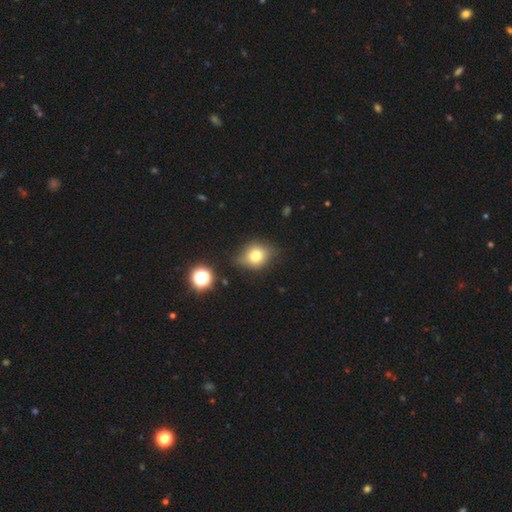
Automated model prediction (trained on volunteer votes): A smooth galaxy with no disk features (72%) that is round (58%).

Vote fractions:
- Smooth or featured? smooth: 72% / featured or disk: 15% / star or artifact: 13%
- How rounded? round: 58% / in between: 41% / cigar-shaped: 1%
- Merging? none: 66% / minor disturbance: 25% / major disturbance: 6% / merger: 3%